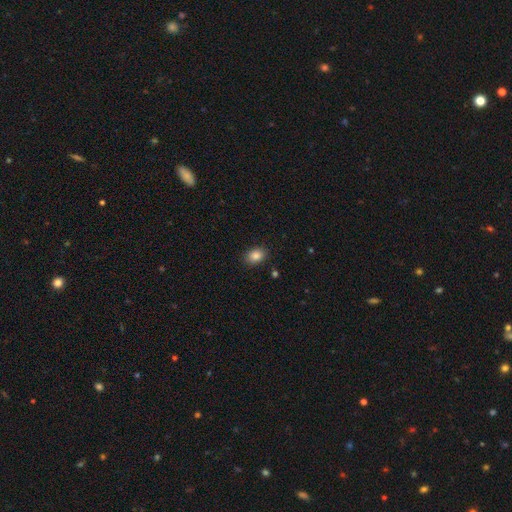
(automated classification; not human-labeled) Morphology: type=smooth (86%); roundness=in between (74%); merging=none (87%).